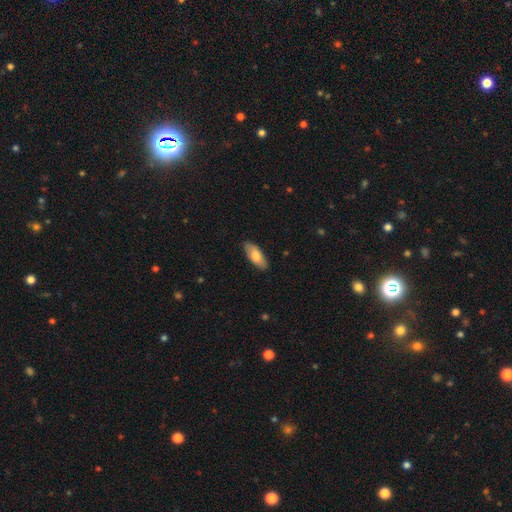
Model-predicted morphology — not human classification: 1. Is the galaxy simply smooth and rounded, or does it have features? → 74% smooth, 21% featured or disk, 5% star or artifact.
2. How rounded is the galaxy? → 80% in between, 18% cigar-shaped, 2% round.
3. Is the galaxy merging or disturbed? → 87% none, 10% minor disturbance, 2% major disturbance, 1% merger.